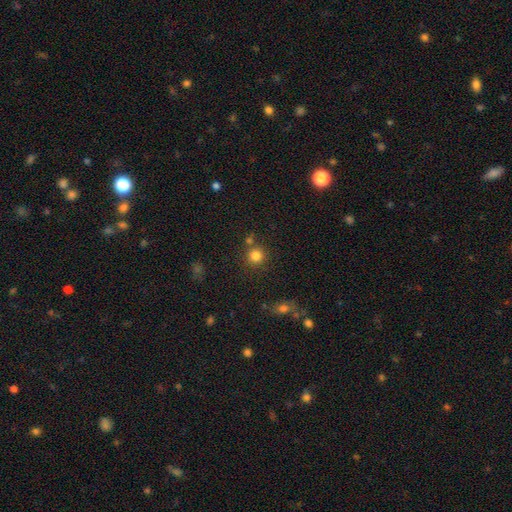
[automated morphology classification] Q: Smooth or featured?
A: smooth (82%); runner-up: star or artifact (13%)
Q: How rounded?
A: round (92%); runner-up: in between (7%)
Q: Merging?
A: none (77%); runner-up: merger (12%)